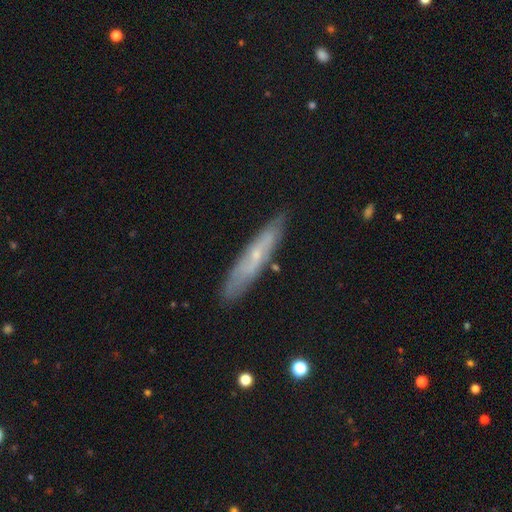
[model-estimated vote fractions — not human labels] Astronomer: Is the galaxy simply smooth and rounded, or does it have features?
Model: featured or disk — 54% (runner-up: smooth, 39%).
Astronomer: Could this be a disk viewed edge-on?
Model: yes — 62% (runner-up: no, 38%).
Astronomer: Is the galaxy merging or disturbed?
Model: none — 83%.